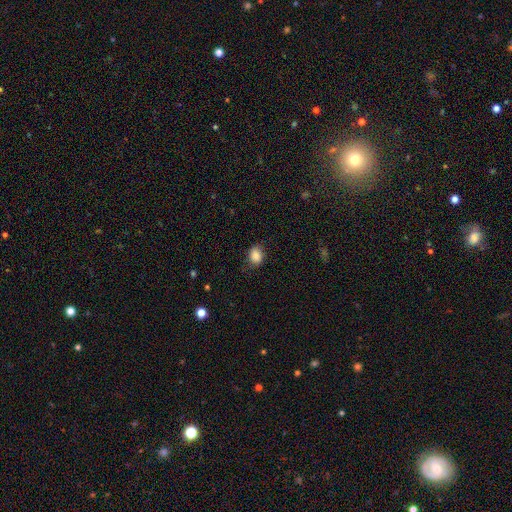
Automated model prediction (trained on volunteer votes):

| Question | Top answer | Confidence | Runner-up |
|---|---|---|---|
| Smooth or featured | smooth | 86% | star or artifact (9%) |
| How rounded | in between | 56% | round (43%) |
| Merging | none | 78% | minor disturbance (17%) |